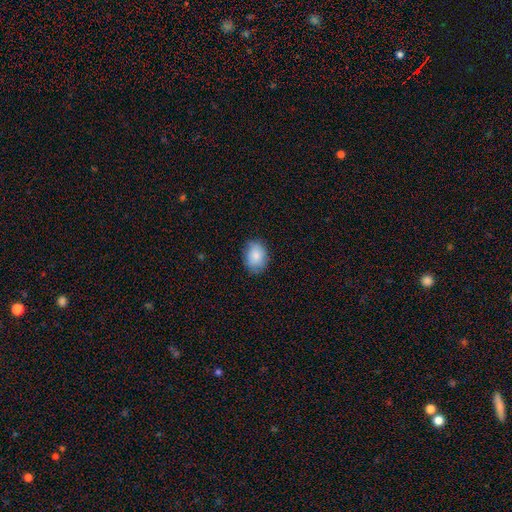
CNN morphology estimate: smooth 82%, featured or disk 10%, star or artifact 7%. Down the decision tree: how rounded — in between (65%); merging — none (76%).